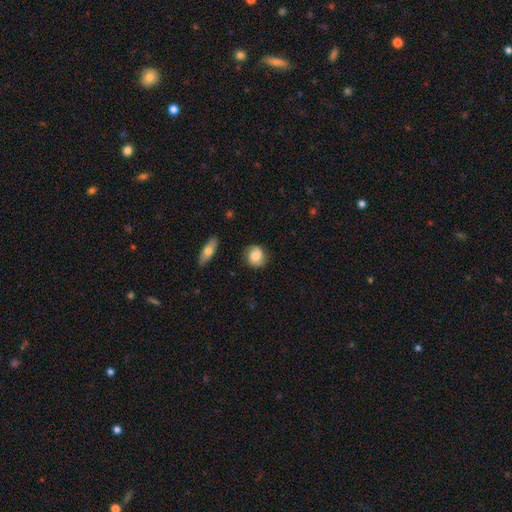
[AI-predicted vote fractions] Q: Smooth or featured?
A: smooth (70%); runner-up: featured or disk (23%)
Q: How rounded?
A: round (76%); runner-up: in between (22%)
Q: Merging?
A: none (80%); runner-up: minor disturbance (15%)